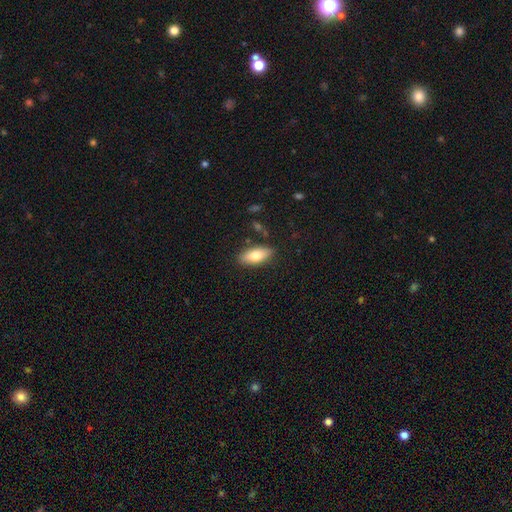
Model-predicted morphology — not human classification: smooth-or-featured: smooth: 77% | featured or disk: 16% | star or artifact: 6%
  how-rounded: in between: 83% | cigar-shaped: 14% | round: 3%
  merging: none: 85% | minor disturbance: 10% | major disturbance: 2% | merger: 2%